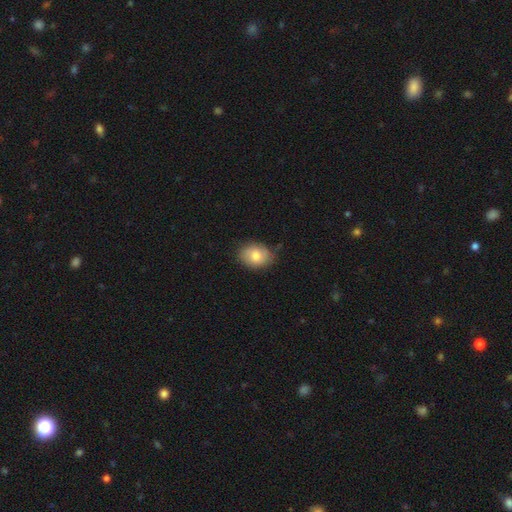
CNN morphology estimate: Q: Smooth or featured?
A: smooth (77%); runner-up: featured or disk (15%)
Q: How rounded?
A: in between (64%); runner-up: round (35%)
Q: Merging?
A: none (75%); runner-up: minor disturbance (20%)